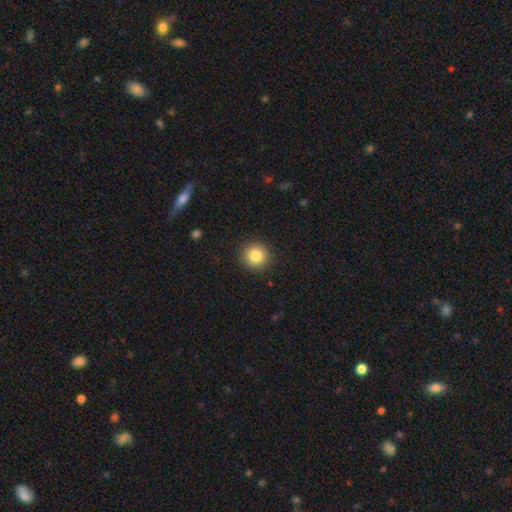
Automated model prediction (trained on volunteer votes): smooth-or-featured: smooth: 84% | star or artifact: 10% | featured or disk: 6%
  how-rounded: round: 94% | in between: 5% | cigar-shaped: 1%
  merging: none: 91% | minor disturbance: 6% | major disturbance: 2% | merger: 1%